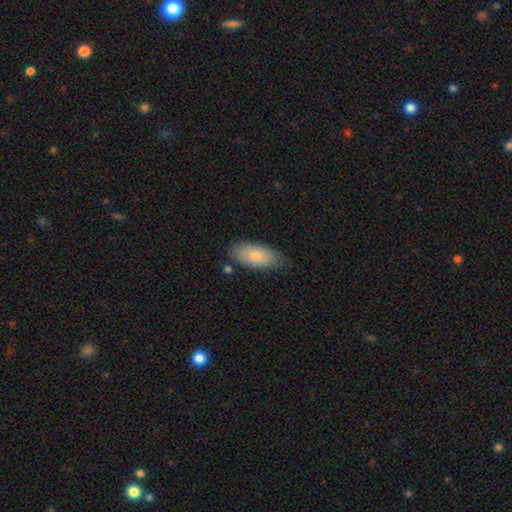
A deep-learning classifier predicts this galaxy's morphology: This is clearly a smooth galaxy (83%). How rounded: clearly in between (89%). Merging: likely none (75%).